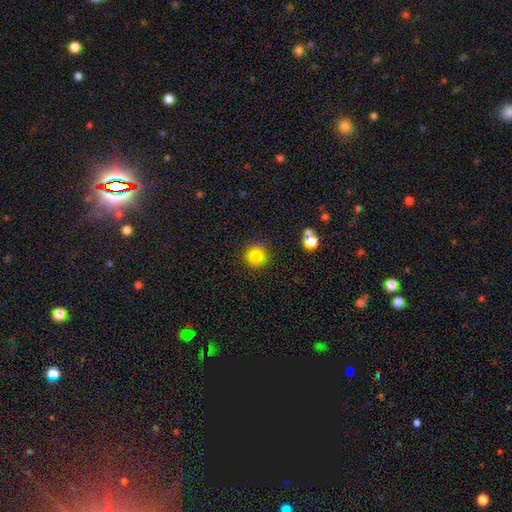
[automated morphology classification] Q: Smooth or featured?
A: smooth (84%); runner-up: star or artifact (11%)
Q: How rounded?
A: round (93%); runner-up: in between (6%)
Q: Merging?
A: none (82%); runner-up: minor disturbance (11%)